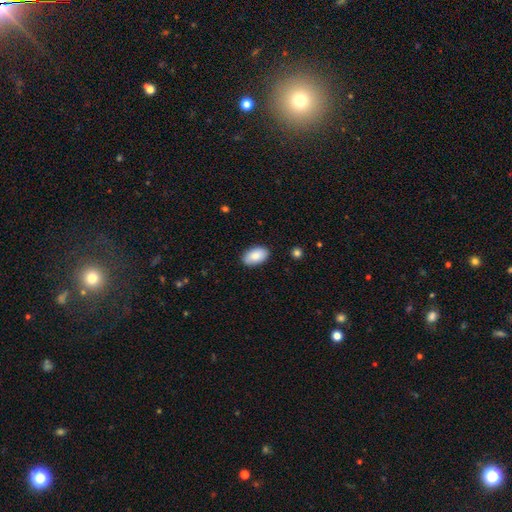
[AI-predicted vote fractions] This appears to be a smooth galaxy with no disk features (86%) that is in between round and cigar-shaped (94%). Merging: none (88%).